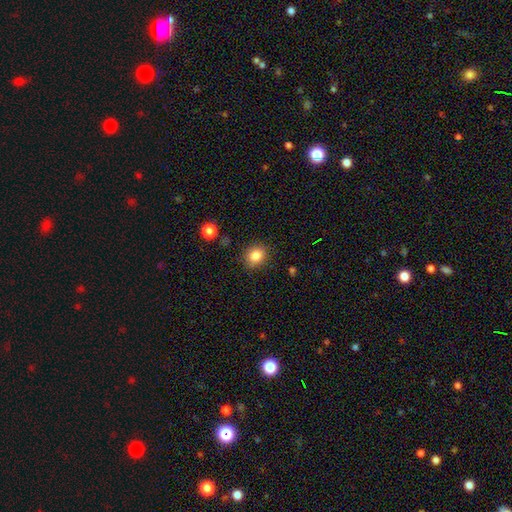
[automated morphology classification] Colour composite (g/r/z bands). It shows a smooth galaxy with no disk features (84%) that is round (71%). Merging: none (85%).